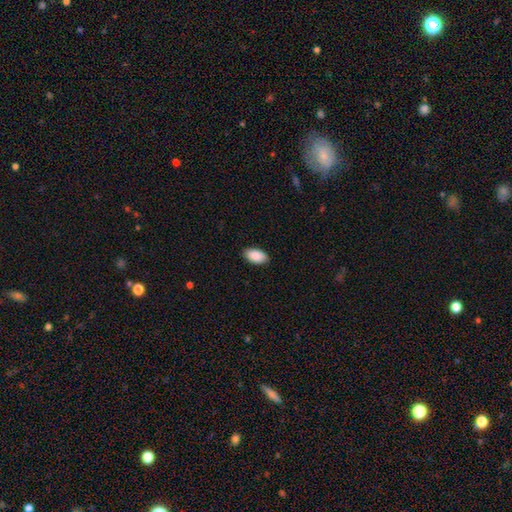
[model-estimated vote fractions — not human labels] Smooth or featured? smooth (90%)
How rounded? in between (95%)
Merging? none (88%)